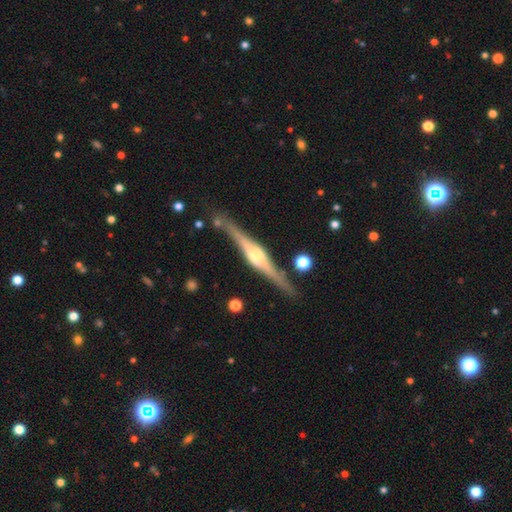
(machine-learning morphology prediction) A featured or disk galaxy (83%) viewed edge-on (98%) with a rounded central bulge (85%). Merging: none (83%).